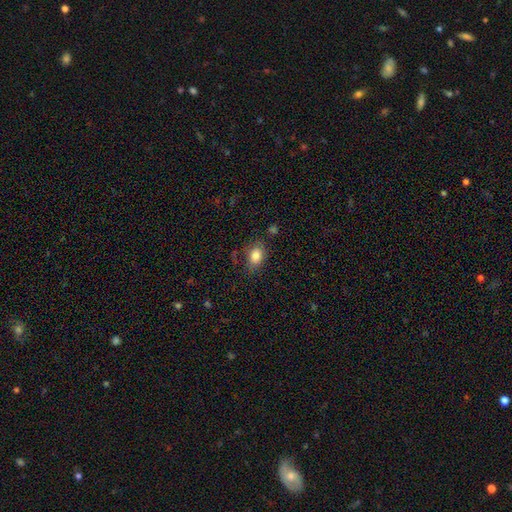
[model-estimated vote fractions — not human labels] Overall: smooth (84%). How rounded: in between (78%). Merging: none (72%).